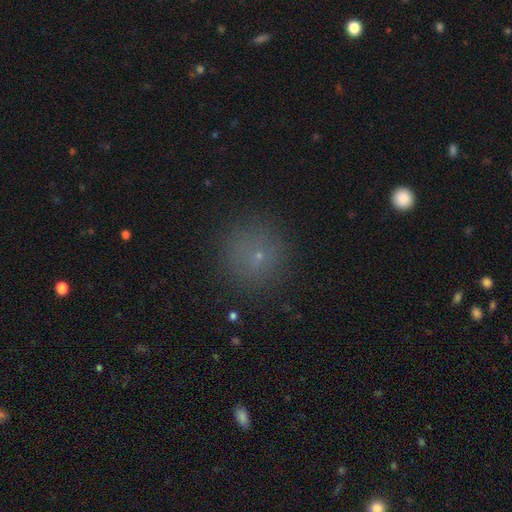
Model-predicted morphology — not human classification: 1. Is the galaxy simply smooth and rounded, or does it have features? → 64% smooth, 25% star or artifact, 11% featured or disk.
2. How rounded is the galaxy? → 94% round, 5% in between, 1% cigar-shaped.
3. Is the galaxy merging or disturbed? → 85% none, 9% minor disturbance, 4% major disturbance, 2% merger.